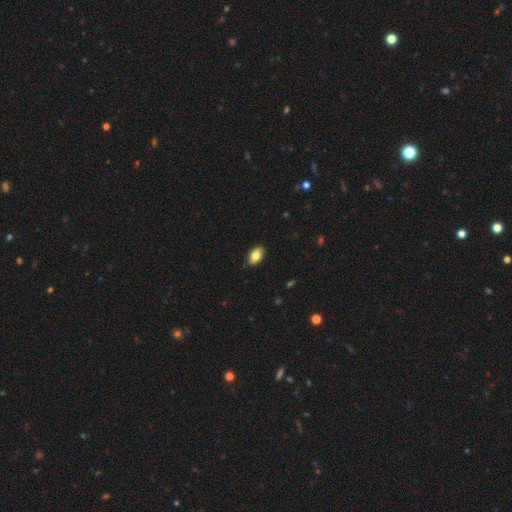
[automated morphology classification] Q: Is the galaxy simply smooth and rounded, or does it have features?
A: smooth — 83%.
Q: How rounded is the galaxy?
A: in between — 92%.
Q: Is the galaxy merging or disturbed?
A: none — 89%.